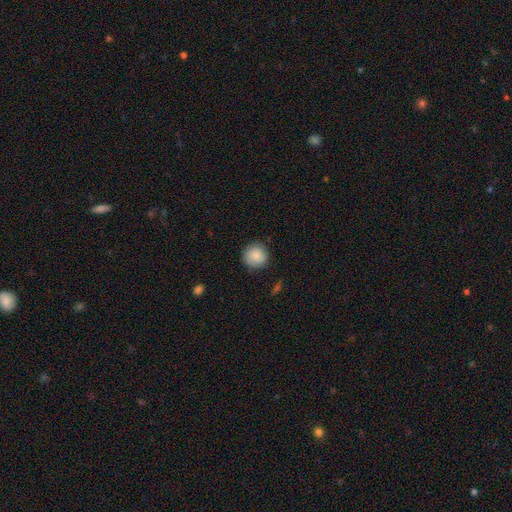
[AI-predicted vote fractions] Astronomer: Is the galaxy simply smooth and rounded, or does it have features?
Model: smooth — 86%.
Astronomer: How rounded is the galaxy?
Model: round — 91%.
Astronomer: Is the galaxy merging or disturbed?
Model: none — 83%.